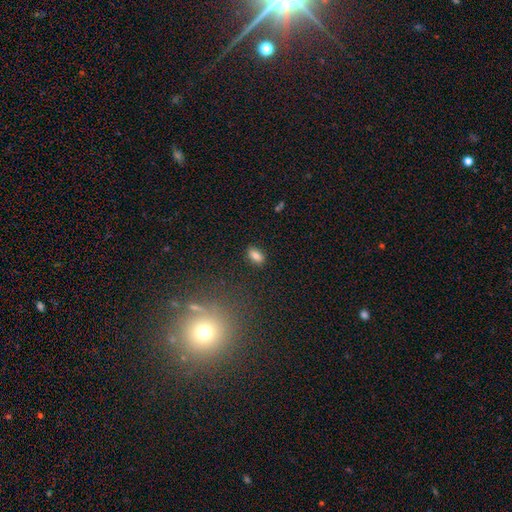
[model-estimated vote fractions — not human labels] Overall: smooth (82%). How rounded: in between (89%). Merging: none (86%).